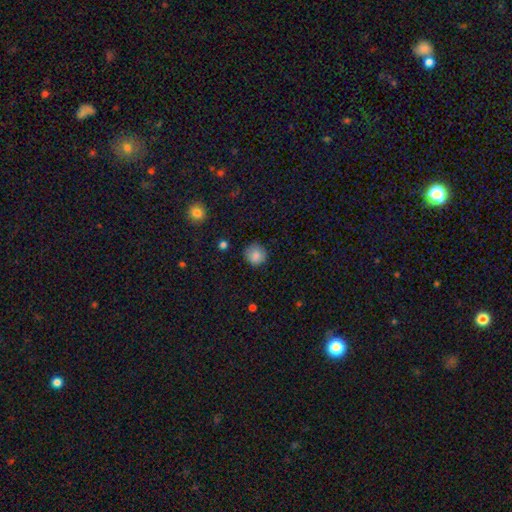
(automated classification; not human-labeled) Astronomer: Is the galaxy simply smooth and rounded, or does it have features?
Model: smooth — 85%.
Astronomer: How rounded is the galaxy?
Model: round — 92%.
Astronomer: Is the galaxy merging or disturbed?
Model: none — 85%.